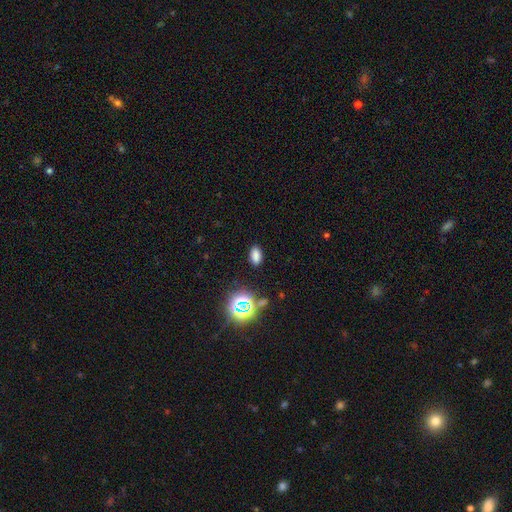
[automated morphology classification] Q: Smooth or featured?
A: smooth (74%); runner-up: star or artifact (21%)
Q: How rounded?
A: in between (88%); runner-up: round (8%)
Q: Merging?
A: none (86%); runner-up: minor disturbance (9%)